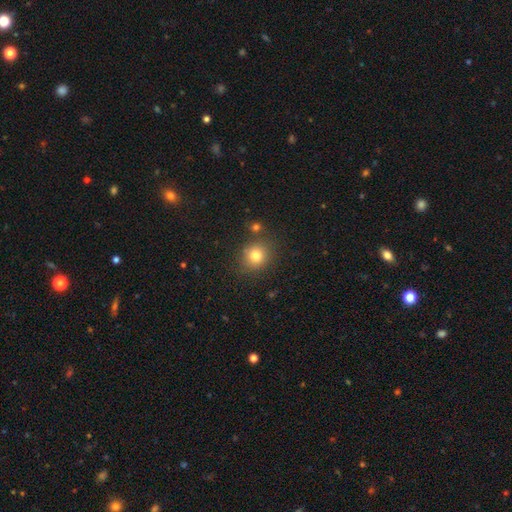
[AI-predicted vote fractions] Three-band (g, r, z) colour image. It shows a smooth galaxy with no disk features (78%) that is round (84%). Merging: none (80%).